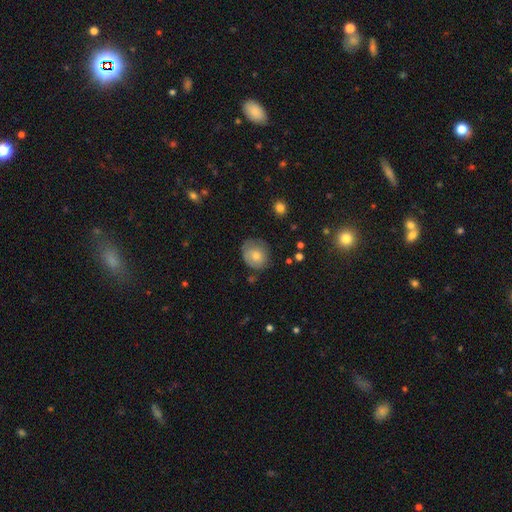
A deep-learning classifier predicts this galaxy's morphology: type=smooth (70%); roundness=round (72%); merging=none (60%).